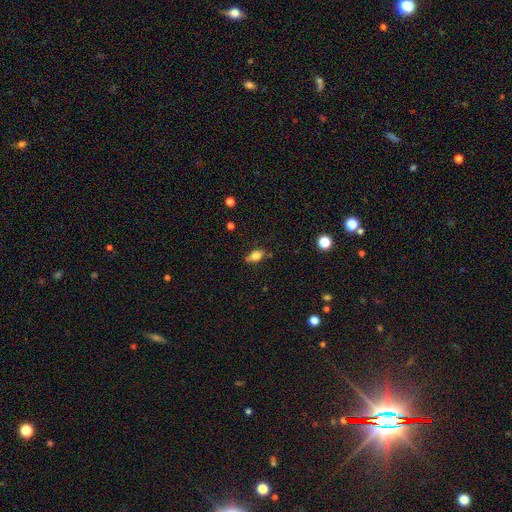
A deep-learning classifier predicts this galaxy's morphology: Smooth or featured?
  - smooth: 74% *
  - featured or disk: 17%
  - star or artifact: 9%
How rounded?
  - in between: 83% *
  - cigar-shaped: 9%
  - round: 8%
Merging?
  - none: 75% *
  - minor disturbance: 19%
  - major disturbance: 4%
  - merger: 3%